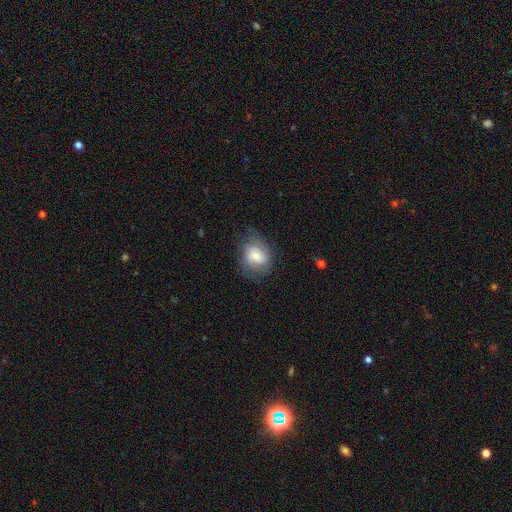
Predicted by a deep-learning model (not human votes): Smooth or featured? Predicted: smooth (p=0.47). Merging? Predicted: none (p=0.64).